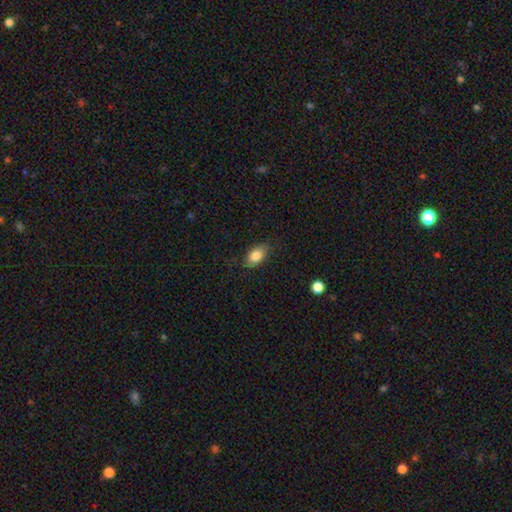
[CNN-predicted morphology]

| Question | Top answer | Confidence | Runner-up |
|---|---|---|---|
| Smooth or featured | smooth | 84% | featured or disk (9%) |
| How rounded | in between | 90% | round (7%) |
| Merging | none | 82% | minor disturbance (14%) |